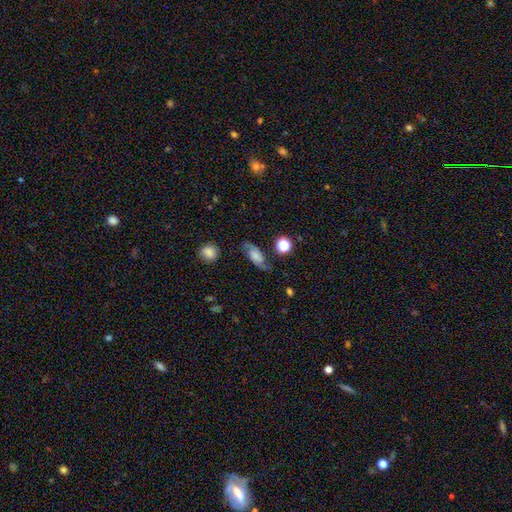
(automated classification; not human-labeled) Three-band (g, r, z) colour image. It shows a featured or disk galaxy (54%). Merging: none (70%).